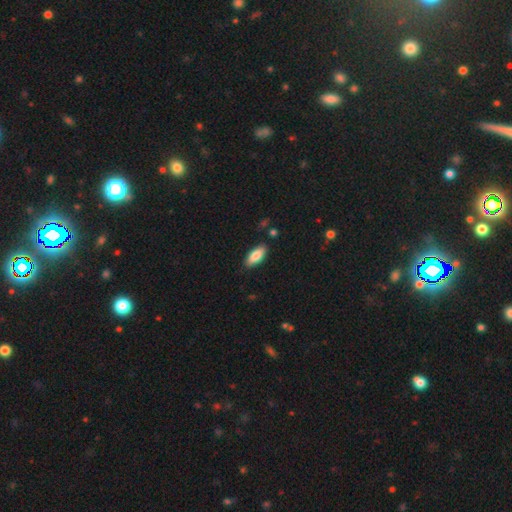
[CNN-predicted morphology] A smooth galaxy with no disk features (83%) that is in between round and cigar-shaped (84%).

Vote fractions:
- Smooth or featured? smooth: 83% / featured or disk: 11% / star or artifact: 6%
- How rounded? in between: 84% / cigar-shaped: 14% / round: 2%
- Merging? none: 87% / minor disturbance: 9% / major disturbance: 2% / merger: 2%